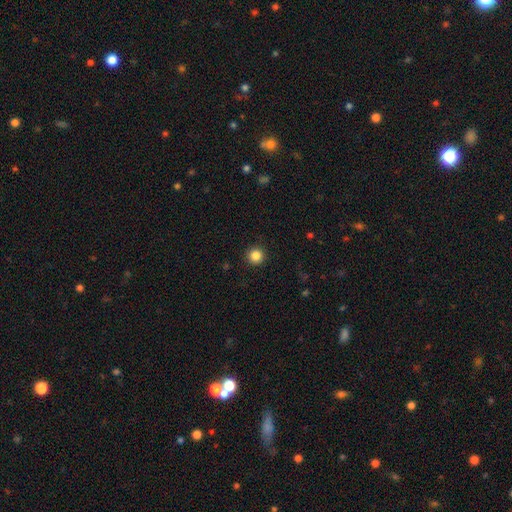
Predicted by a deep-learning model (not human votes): smooth_or_featured: smooth (p=0.86) [alt: star or artifact p=0.11]
how_rounded: round (p=0.96) [alt: in between p=0.03]
merging: none (p=0.93) [alt: minor disturbance p=0.04]